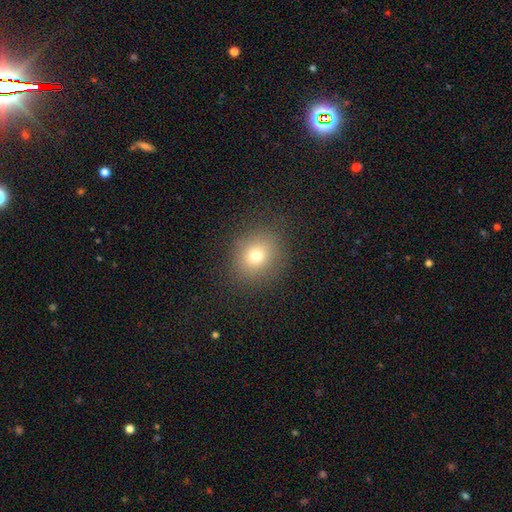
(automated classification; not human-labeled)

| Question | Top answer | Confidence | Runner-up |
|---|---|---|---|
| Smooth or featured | smooth | 75% | star or artifact (15%) |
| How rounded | round | 70% | in between (29%) |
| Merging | none | 86% | minor disturbance (9%) |